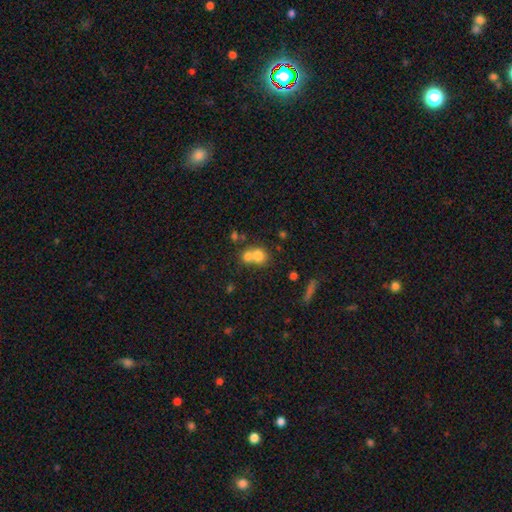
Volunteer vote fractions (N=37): Volunteers were most divided on "how rounded": round: 52%, in between: 48%, cigar-shaped: 0%. More confident: smooth or featured — smooth (78%); merging — merger (75%).